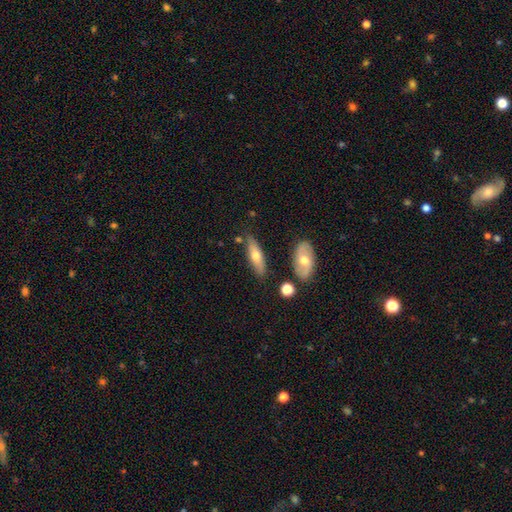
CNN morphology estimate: Smooth or featured? Predicted: smooth (p=0.59). How rounded? Predicted: cigar-shaped (p=0.49). Merging? Predicted: none (p=0.79).